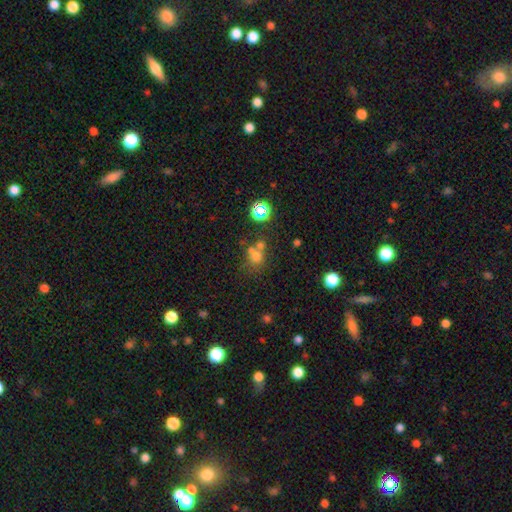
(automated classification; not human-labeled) This is likely a smooth galaxy (62%). How rounded: likely round (77%). Merging: possibly none (45%).